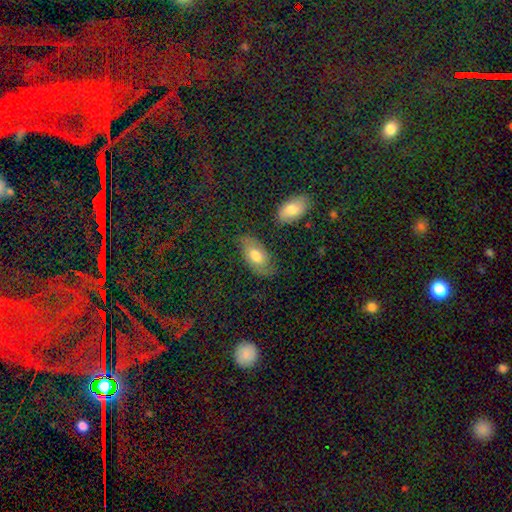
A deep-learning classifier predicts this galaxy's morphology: smooth 57%, featured or disk 34%, star or artifact 9%. Down the decision tree: how rounded — in between (92%); merging — none (71%).